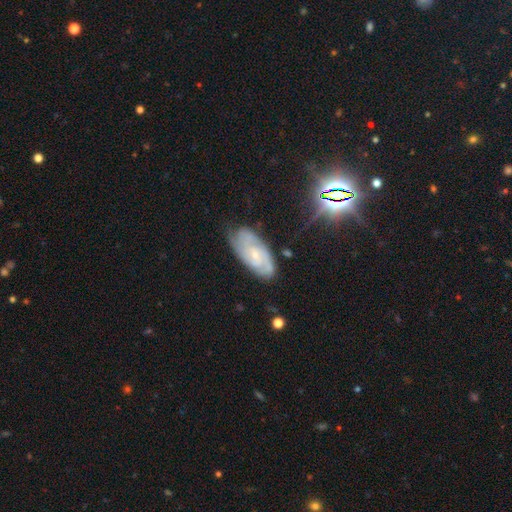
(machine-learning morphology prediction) A featured or disk galaxy (75%) with no bar (66%), tight (63%) spiral arms (92%) and a small central bulge (73%).

Vote fractions:
- Smooth or featured? featured or disk: 75% / smooth: 17% / star or artifact: 8%
- Edge-on disk? no: 94% / yes: 6%
- Bar? no: 66% / weak: 28% / strong: 6%
- Spiral arms? yes: 92% / no: 8%
- Spiral winding? tight: 63% / medium: 30% / loose: 7%
- Spiral arm count? can't tell: 38% / 2: 32% / 3: 16% / 4: 7% / 1: 4% / more than 4: 3%
- Bulge size? small: 73% / moderate: 22% / none: 3% / large: 1% / dominant: 1%
- Merging? none: 69% / minor disturbance: 23% / major disturbance: 6% / merger: 2%